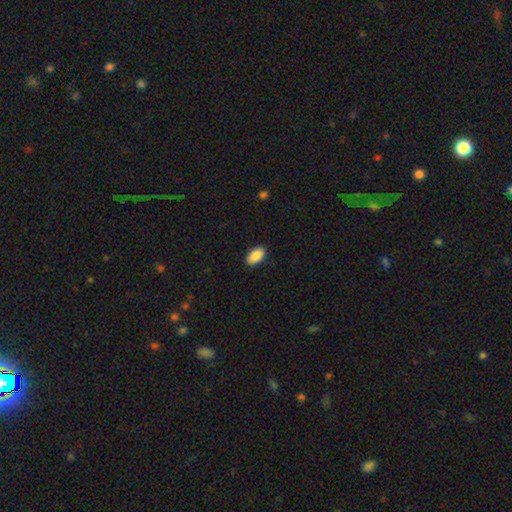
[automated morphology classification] Overall: smooth (89%). How rounded: in between (94%). Merging: none (89%).